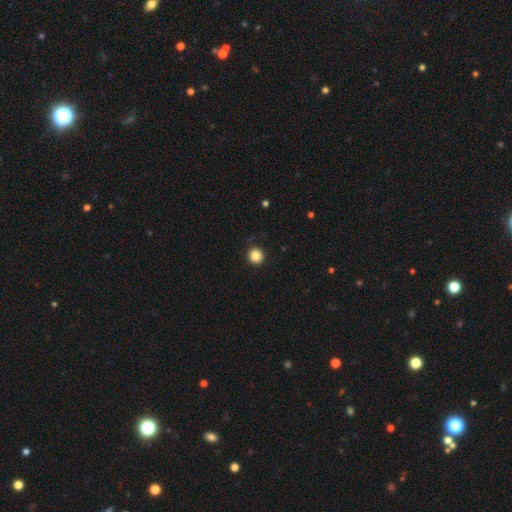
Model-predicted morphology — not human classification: Smooth or featured?
  - smooth: 86% *
  - star or artifact: 10%
  - featured or disk: 3%
How rounded?
  - round: 94% *
  - in between: 5%
  - cigar-shaped: 1%
Merging?
  - none: 89% *
  - minor disturbance: 7%
  - major disturbance: 2%
  - merger: 1%